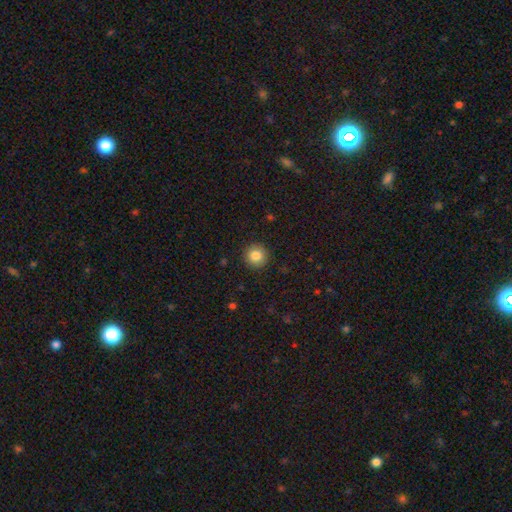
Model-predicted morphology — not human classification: smooth-or-featured: smooth: 84% | star or artifact: 9% | featured or disk: 6%
  how-rounded: round: 95% | in between: 4% | cigar-shaped: 1%
  merging: none: 91% | minor disturbance: 6% | major disturbance: 2% | merger: 1%